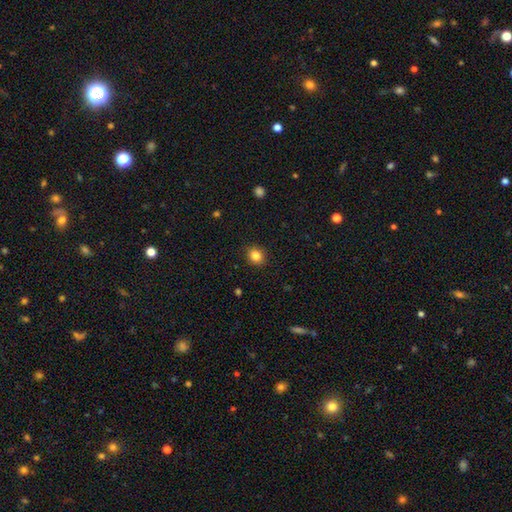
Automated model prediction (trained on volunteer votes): Smooth or featured: smooth — 84% (star or artifact — 11%)
How rounded: round — 64% (in between — 35%)
Merging: none — 89% (minor disturbance — 7%)